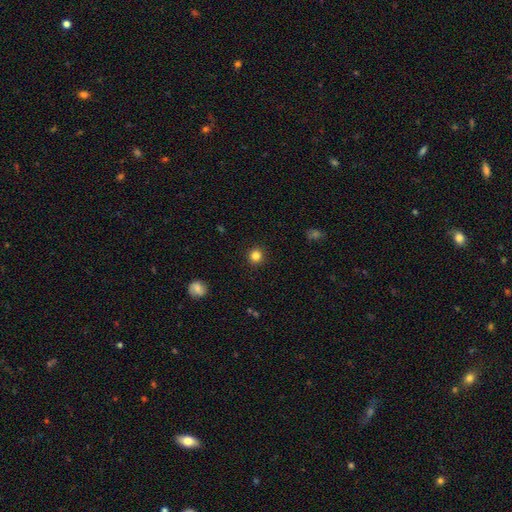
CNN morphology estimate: Smooth or featured?
  - smooth: 84% *
  - star or artifact: 12%
  - featured or disk: 5%
How rounded?
  - round: 93% *
  - in between: 6%
  - cigar-shaped: 1%
Merging?
  - none: 92% *
  - minor disturbance: 5%
  - major disturbance: 2%
  - merger: 1%